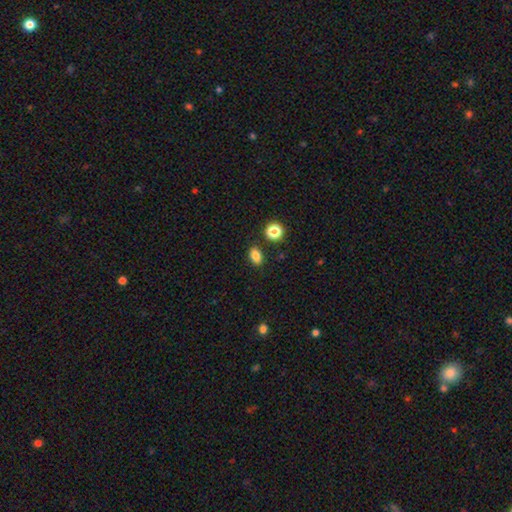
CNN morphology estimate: Overall: smooth (83%). How rounded: in between (80%). Merging: none (84%).